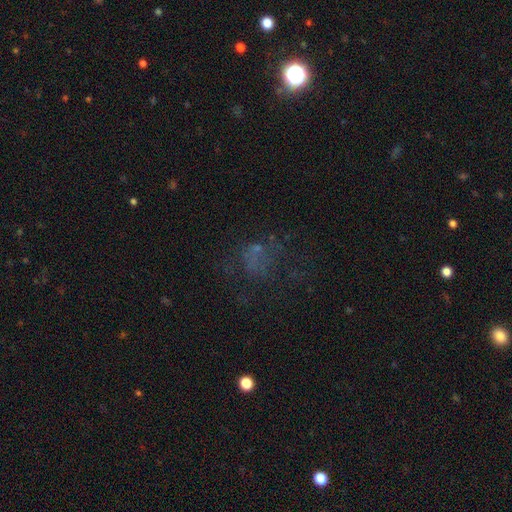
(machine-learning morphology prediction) type=smooth (35%); merging=none (46%).